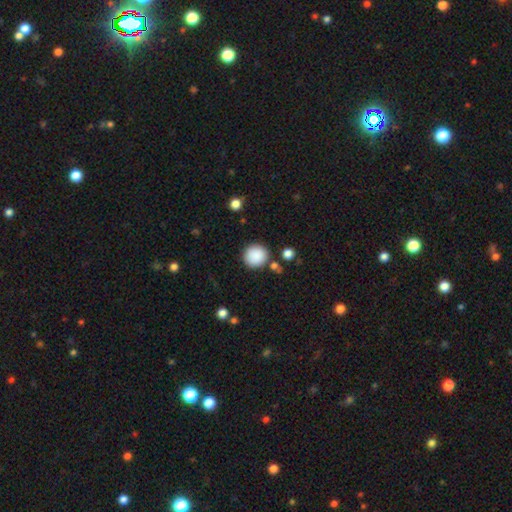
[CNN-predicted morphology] This appears to be a smooth galaxy with no disk features (88%) that is round (91%). Merging: none (84%).